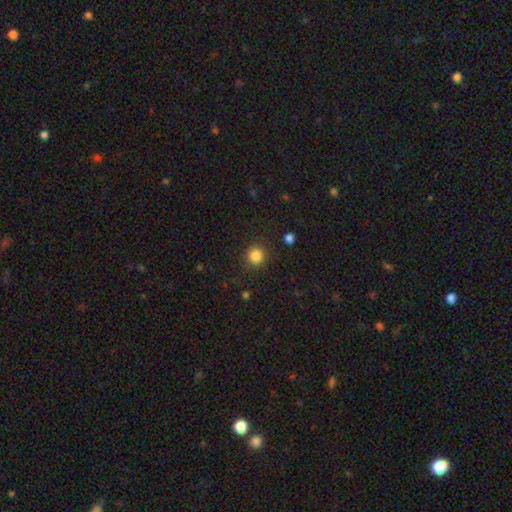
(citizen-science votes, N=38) smooth-or-featured: smooth: 89% | star or artifact: 8% | featured or disk: 3%
  how-rounded: round: 100% | in between: 0% | cigar-shaped: 0%
  merging: none: 91% | minor disturbance: 3% | major disturbance: 3% | merger: 3%